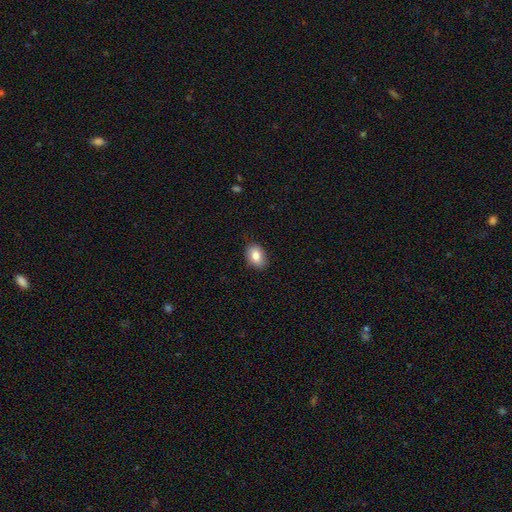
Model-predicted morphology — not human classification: smooth-or-featured: smooth: 83% | featured or disk: 9% | star or artifact: 8%
  how-rounded: in between: 78% | round: 21% | cigar-shaped: 1%
  merging: none: 87% | minor disturbance: 10% | major disturbance: 2% | merger: 1%